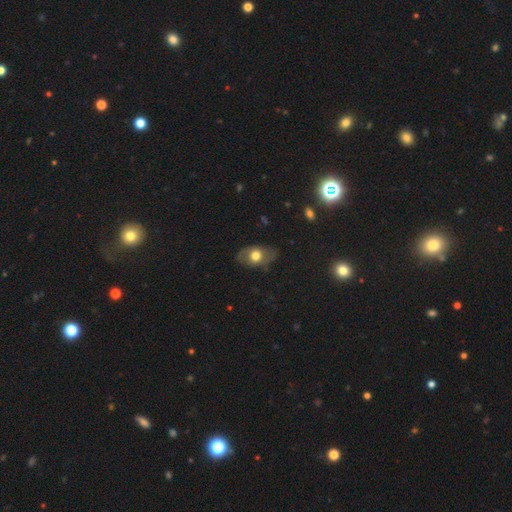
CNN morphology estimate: Q: Smooth or featured?
A: smooth (53%); runner-up: featured or disk (39%)
Q: How rounded?
A: in between (78%); runner-up: round (20%)
Q: Merging?
A: none (72%); runner-up: minor disturbance (19%)